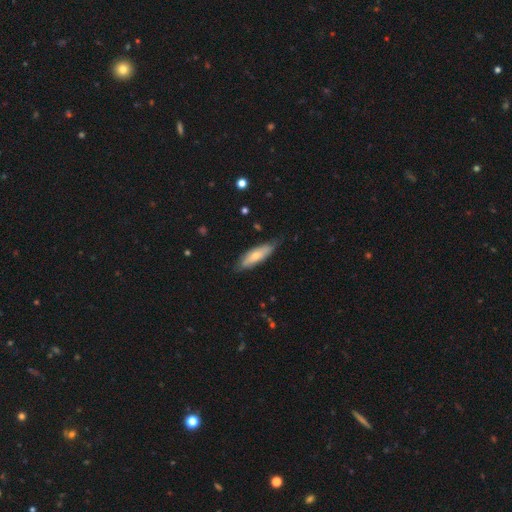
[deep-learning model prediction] Smooth or featured?
  - smooth: 57% *
  - featured or disk: 37%
  - star or artifact: 6%
How rounded?
  - in between: 51% *
  - cigar-shaped: 47%
  - round: 2%
Merging?
  - none: 68% *
  - minor disturbance: 26%
  - major disturbance: 5%
  - merger: 1%